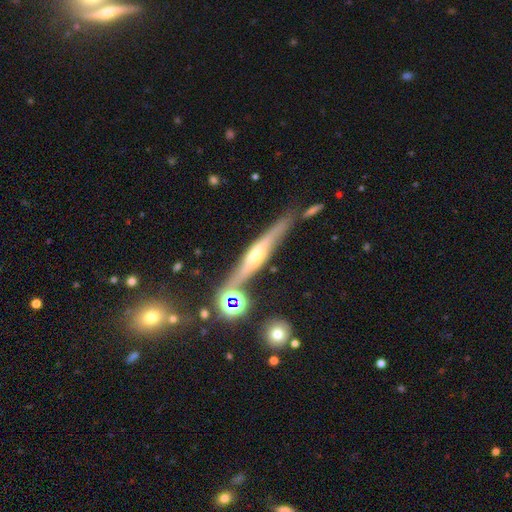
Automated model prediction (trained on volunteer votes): This appears to be a featured or disk galaxy (76%) viewed edge-on (95%) with a rounded central bulge (76%). Merging: none (72%).